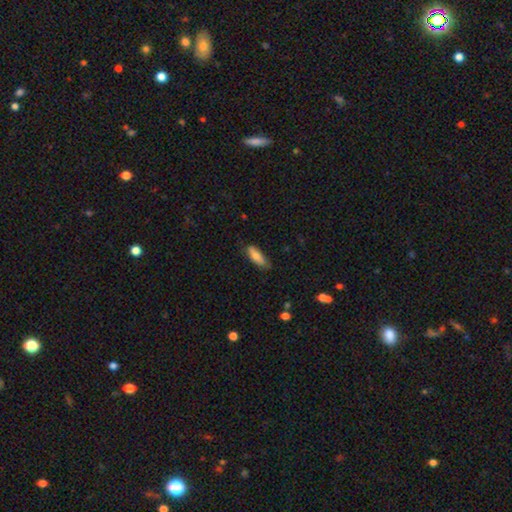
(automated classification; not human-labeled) smooth_or_featured: smooth (p=0.76) [alt: featured or disk p=0.18]
how_rounded: in between (p=0.67) [alt: cigar-shaped p=0.31]
merging: none (p=0.71) [alt: minor disturbance p=0.24]